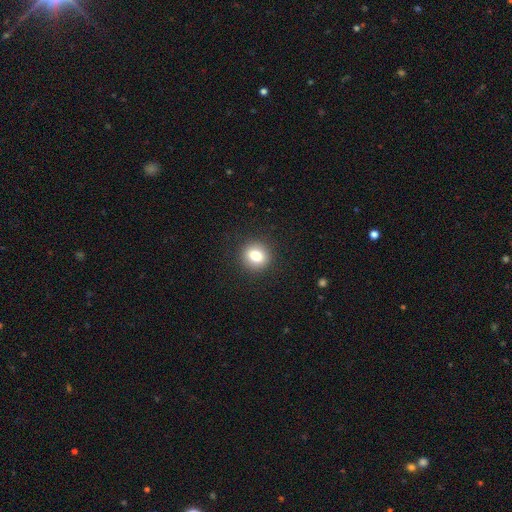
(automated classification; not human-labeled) smooth_or_featured: smooth (p=0.80) [alt: star or artifact p=0.11]
how_rounded: round (p=0.83) [alt: in between p=0.16]
merging: none (p=0.91) [alt: minor disturbance p=0.06]